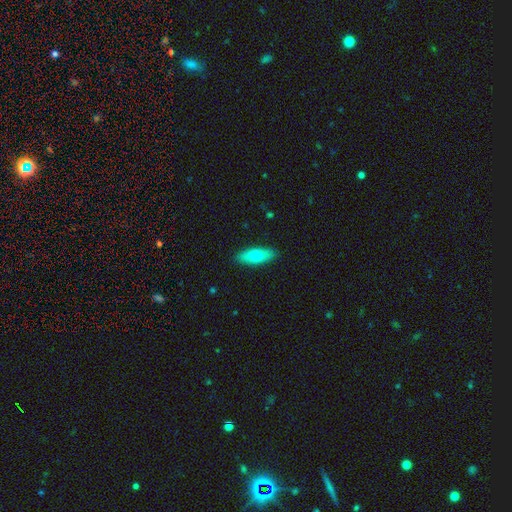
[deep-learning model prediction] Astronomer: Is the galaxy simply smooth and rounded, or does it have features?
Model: smooth — 70%.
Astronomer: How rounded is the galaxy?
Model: in between — 65%.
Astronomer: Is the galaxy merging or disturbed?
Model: none — 89%.